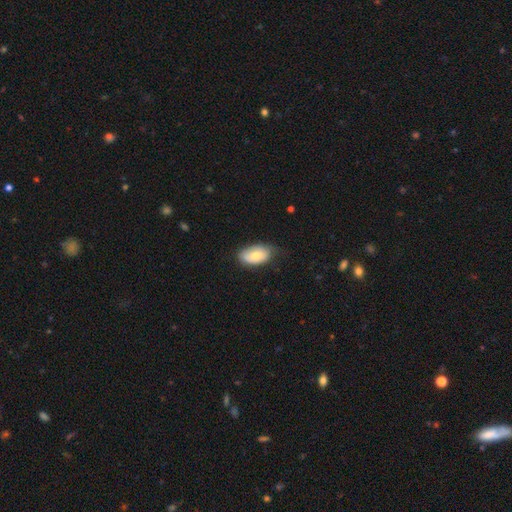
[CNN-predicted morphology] Smooth or featured?
  - smooth: 75% *
  - featured or disk: 19%
  - star or artifact: 6%
How rounded?
  - in between: 94% *
  - round: 4%
  - cigar-shaped: 2%
Merging?
  - none: 60% *
  - minor disturbance: 32%
  - major disturbance: 7%
  - merger: 1%